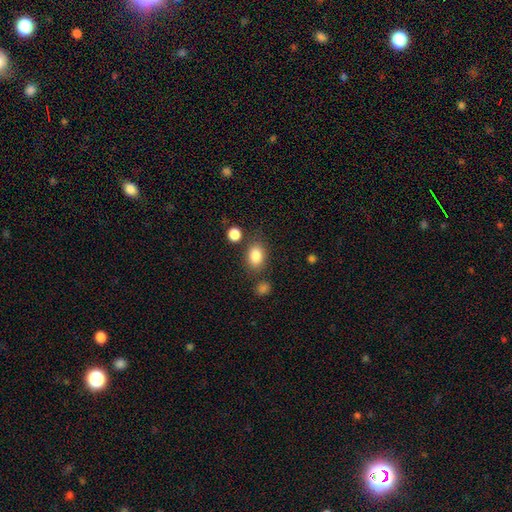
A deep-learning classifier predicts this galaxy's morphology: Smooth or featured? smooth (85%)
How rounded? in between (75%)
Merging? none (74%)